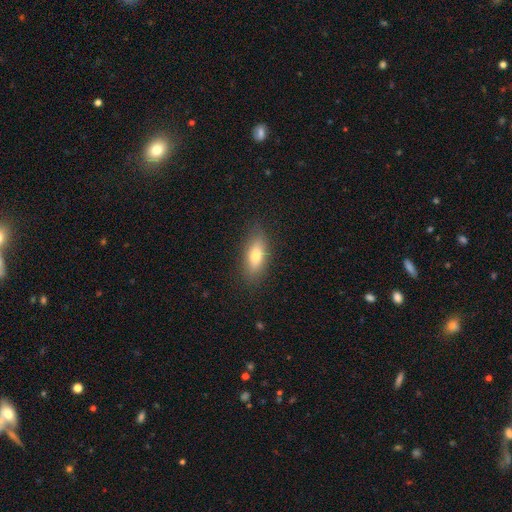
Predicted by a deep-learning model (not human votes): The model was most divided on "how rounded": in between: 70%, cigar-shaped: 26%, round: 4%. More confident: merging — none (85%); smooth or featured — smooth (71%).